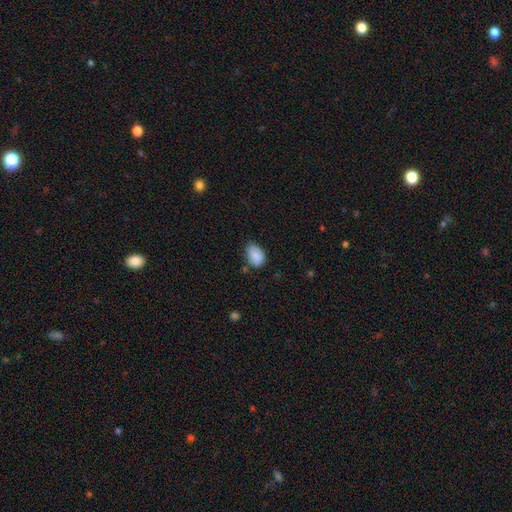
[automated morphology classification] smooth-or-featured: smooth: 86% | star or artifact: 7% | featured or disk: 6%
  how-rounded: in between: 85% | round: 14% | cigar-shaped: 1%
  merging: none: 63% | minor disturbance: 29% | major disturbance: 5% | merger: 4%